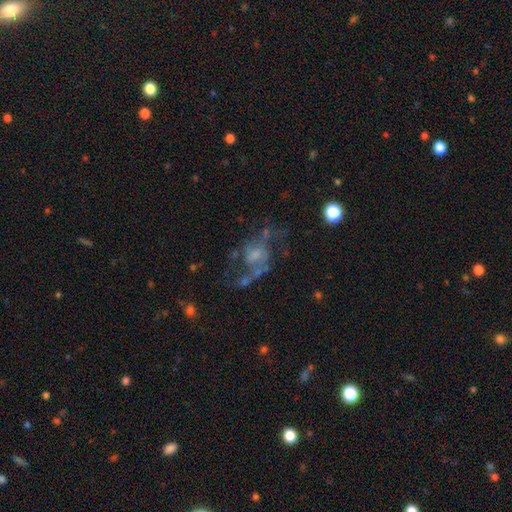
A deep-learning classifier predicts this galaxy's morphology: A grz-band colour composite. It shows a featured or disk galaxy (66%) with no bar (58%), spiral arms (66%) and a small central bulge (39%). Merging: none (38%).